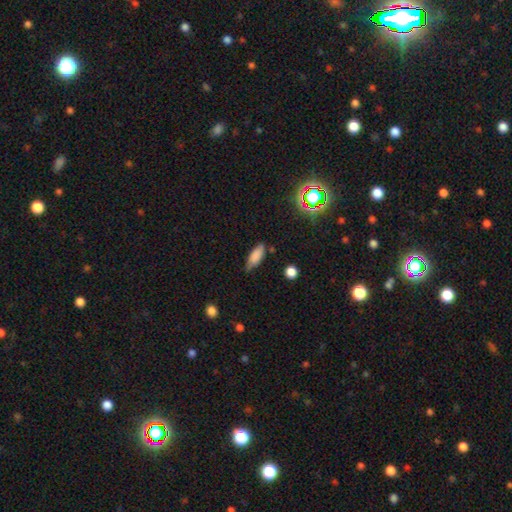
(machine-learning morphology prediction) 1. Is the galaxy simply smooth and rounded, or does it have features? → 81% smooth, 10% featured or disk, 9% star or artifact.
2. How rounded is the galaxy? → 73% in between, 24% cigar-shaped, 2% round.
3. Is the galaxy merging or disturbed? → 68% none, 25% minor disturbance, 4% major disturbance, 3% merger.